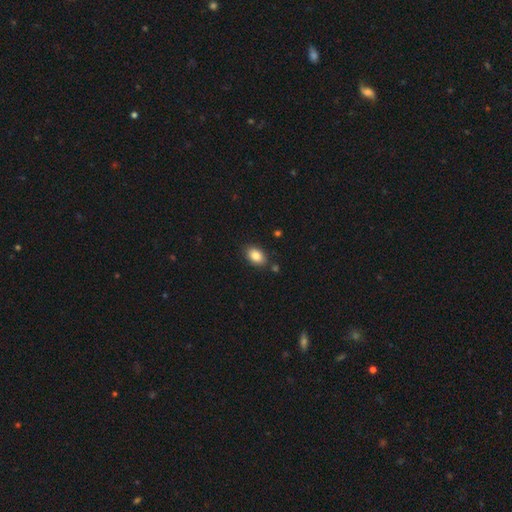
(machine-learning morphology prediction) smooth-or-featured: smooth: 85% | star or artifact: 8% | featured or disk: 7%
  how-rounded: in between: 85% | round: 14% | cigar-shaped: 1%
  merging: none: 83% | minor disturbance: 11% | merger: 4% | major disturbance: 2%